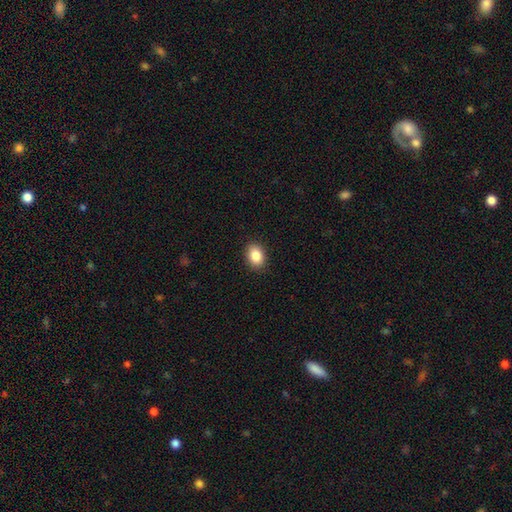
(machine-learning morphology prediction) Q: Smooth or featured?
A: smooth (86%); runner-up: star or artifact (8%)
Q: How rounded?
A: in between (75%); runner-up: round (24%)
Q: Merging?
A: none (90%); runner-up: minor disturbance (8%)